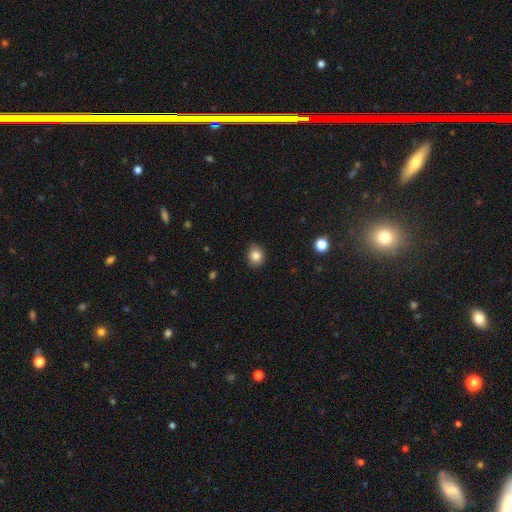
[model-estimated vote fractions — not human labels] Smooth or featured? smooth (84%)
How rounded? round (61%)
Merging? none (87%)